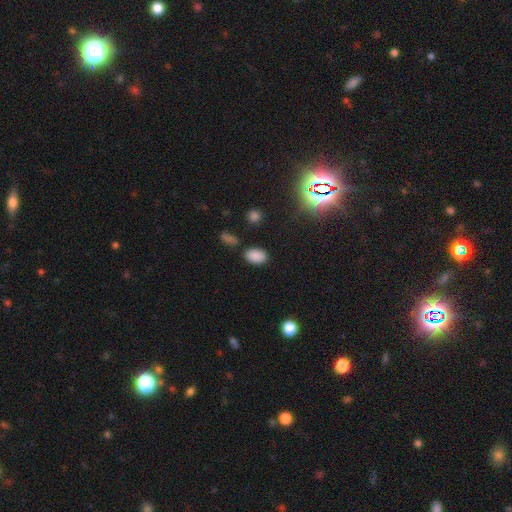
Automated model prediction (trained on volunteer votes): Overall: smooth (83%). How rounded: in between (85%). Merging: none (82%).